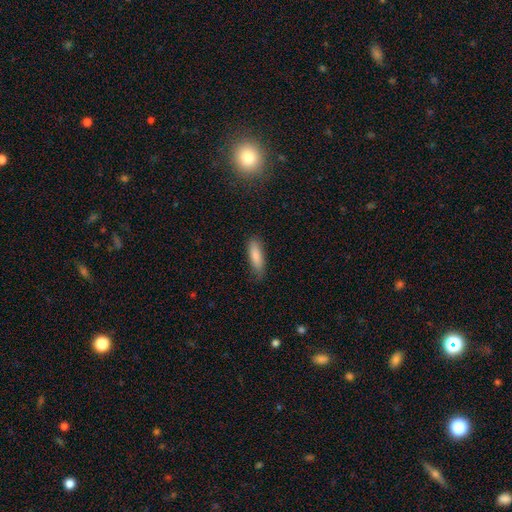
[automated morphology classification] smooth 85%, featured or disk 9%, star or artifact 6%. Down the decision tree: how rounded — cigar-shaped (50%); merging — none (78%).